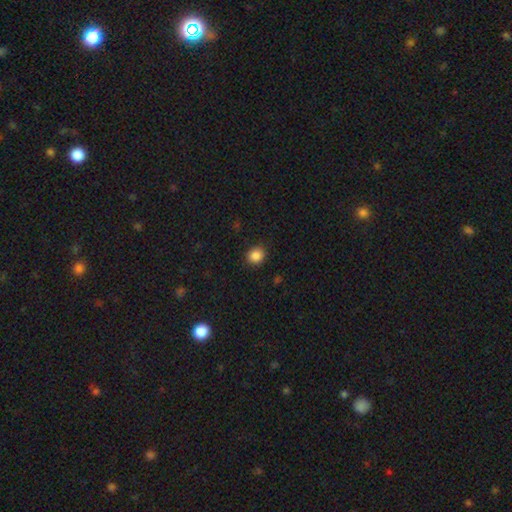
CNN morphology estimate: Smooth or featured? smooth (87%)
How rounded? round (79%)
Merging? none (90%)